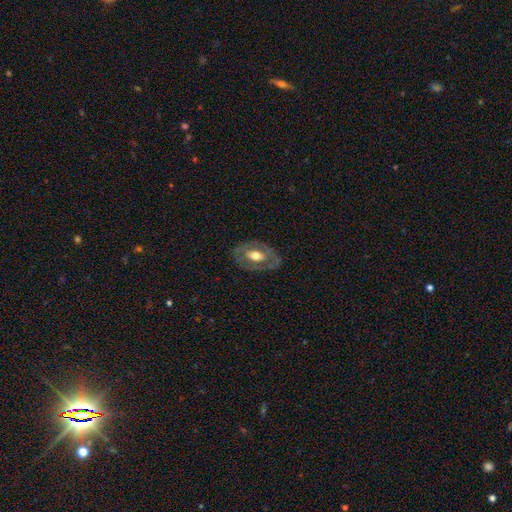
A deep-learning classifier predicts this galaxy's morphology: This appears to be a featured or disk galaxy (57%) with no bar (64%), no spiral arms (80%) and a moderate central bulge (66%). Merging: none (76%).